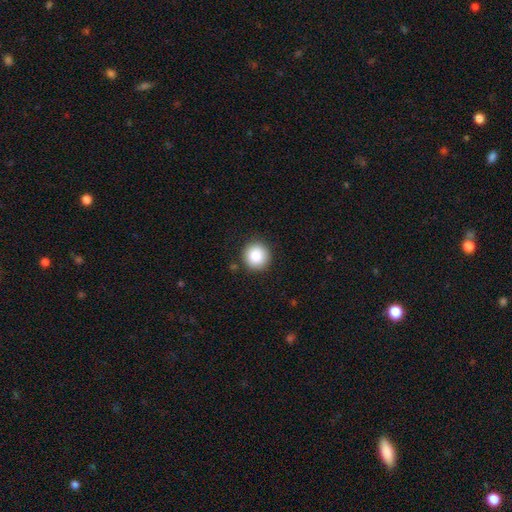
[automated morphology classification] smooth-or-featured: smooth: 86% | star or artifact: 9% | featured or disk: 5%
  how-rounded: round: 94% | in between: 5% | cigar-shaped: 1%
  merging: none: 90% | minor disturbance: 7% | major disturbance: 2% | merger: 1%